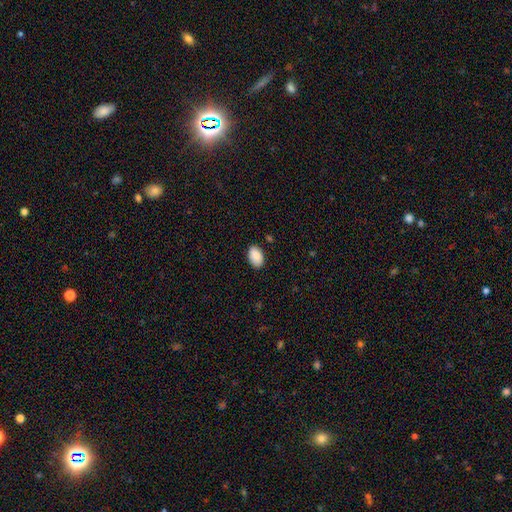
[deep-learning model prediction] This appears to be a smooth galaxy with no disk features (87%) that is in between round and cigar-shaped (92%). Merging: none (85%).